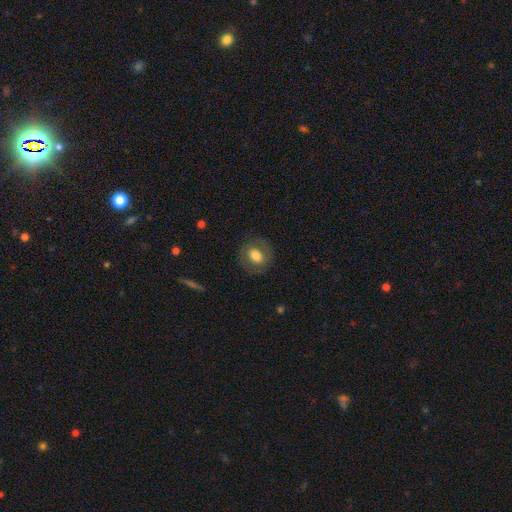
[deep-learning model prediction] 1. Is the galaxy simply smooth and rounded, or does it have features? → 64% smooth, 28% featured or disk, 8% star or artifact.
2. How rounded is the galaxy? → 62% round, 37% in between, 1% cigar-shaped.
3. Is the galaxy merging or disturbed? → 80% none, 12% minor disturbance, 7% major disturbance, 1% merger.